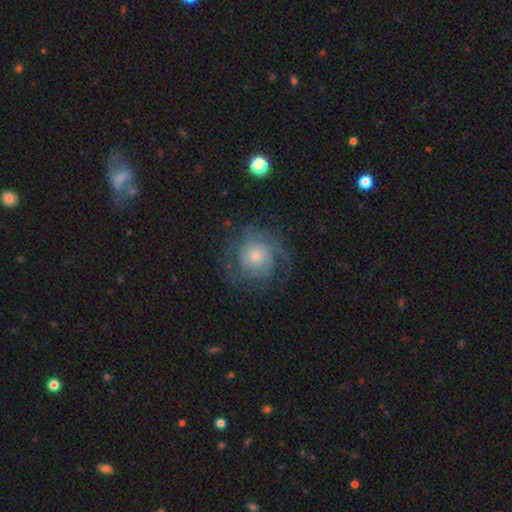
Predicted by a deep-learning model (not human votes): The model was most divided on "bulge size": moderate: 51%, small: 35%, large: 10%, none: 3%, dominant: 2%. Remaining: edge-on disk — no (98%); spiral arms — yes (90%); bar — no (81%); smooth or featured — featured or disk (73%); merging — none (71%); spiral winding — tight (58%); spiral arm count — can't tell (39%).